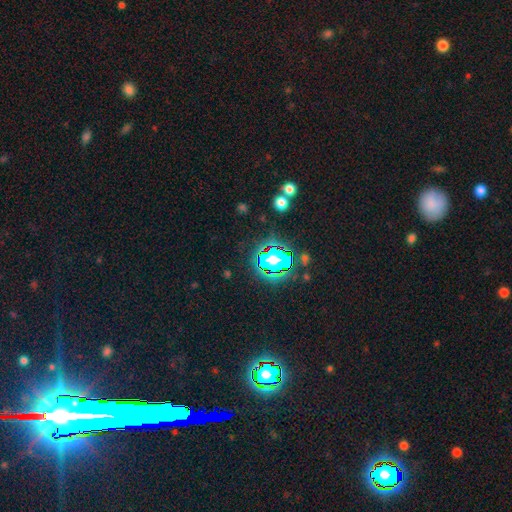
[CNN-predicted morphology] Overall: star or artifact (80%).